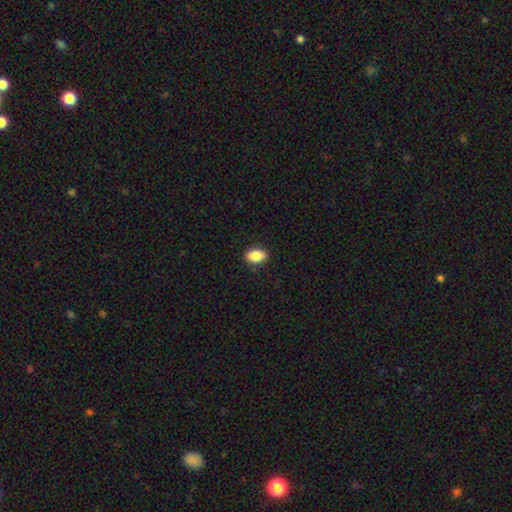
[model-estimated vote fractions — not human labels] Smooth or featured: smooth — 86% (star or artifact — 8%)
How rounded: in between — 88% (round — 10%)
Merging: none — 89% (minor disturbance — 8%)